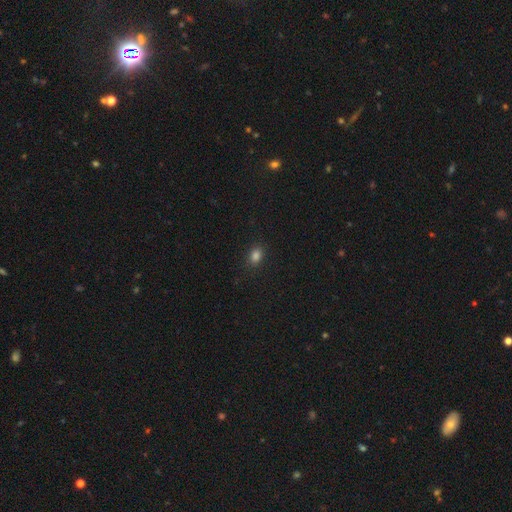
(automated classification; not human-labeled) smooth_or_featured: smooth (p=0.83) [alt: star or artifact p=0.13]
how_rounded: in between (p=0.74) [alt: round p=0.24]
merging: none (p=0.87) [alt: minor disturbance p=0.09]